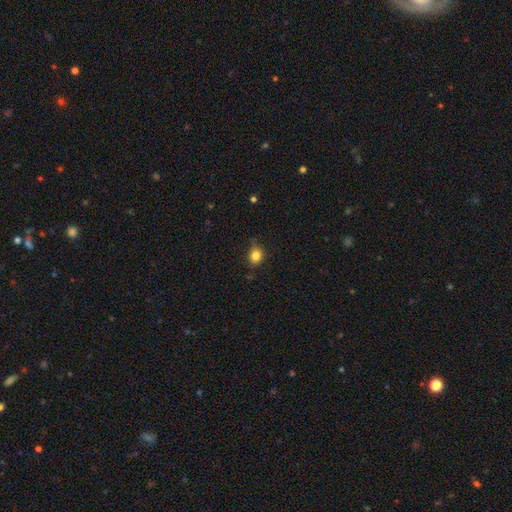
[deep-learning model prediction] A smooth galaxy with no disk features (83%) that is round (53%).

Vote fractions:
- Smooth or featured? smooth: 83% / star or artifact: 11% / featured or disk: 6%
- How rounded? round: 53% / in between: 45% / cigar-shaped: 1%
- Merging? none: 74% / minor disturbance: 20% / major disturbance: 4% / merger: 2%